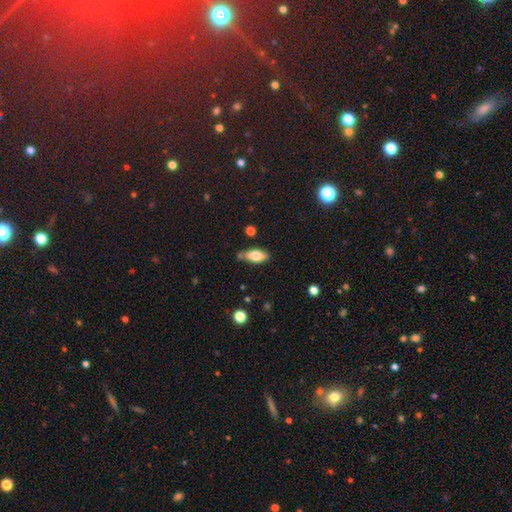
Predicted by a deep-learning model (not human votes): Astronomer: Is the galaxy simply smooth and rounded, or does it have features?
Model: smooth — 72%.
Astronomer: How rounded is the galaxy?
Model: in between — 82%.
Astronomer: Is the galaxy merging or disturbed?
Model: none — 71%.